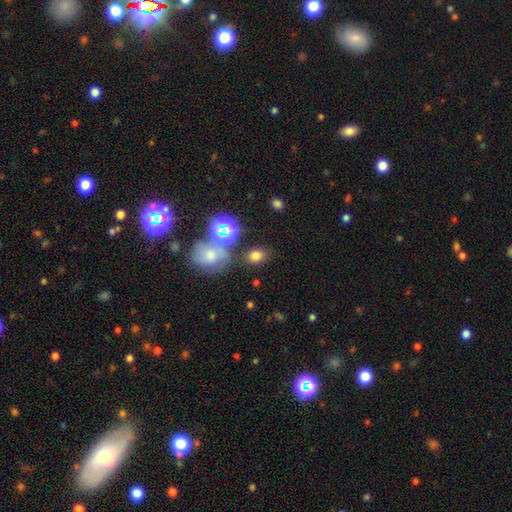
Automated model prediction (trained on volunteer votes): A smooth galaxy with no disk features (73%) that is in between round and cigar-shaped (57%). Merging: none (75%).